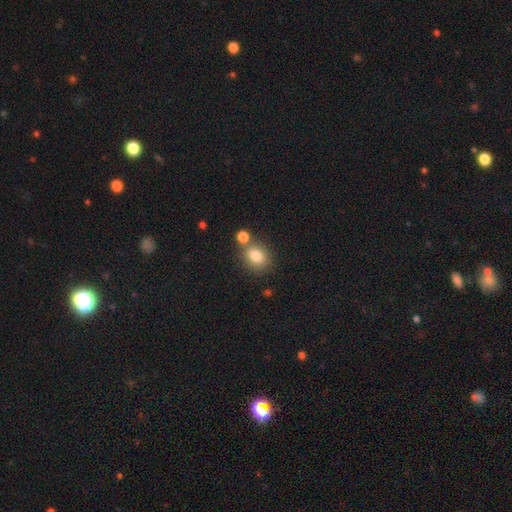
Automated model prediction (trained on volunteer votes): A smooth galaxy with no disk features (81%) that is round (52%). Merging: none (64%).